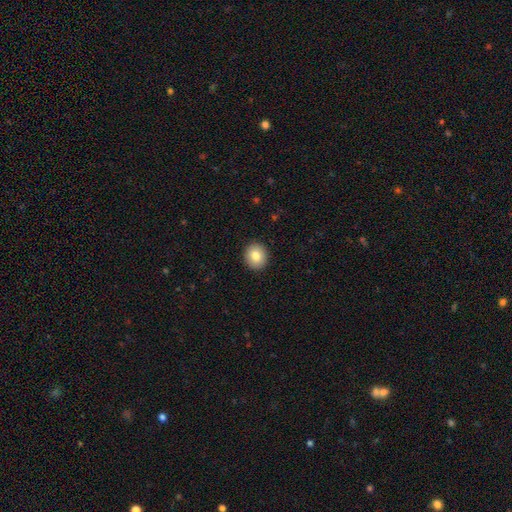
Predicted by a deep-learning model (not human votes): smooth 82%, featured or disk 10%, star or artifact 9%. Down the decision tree: how rounded — round (79%); merging — none (92%).